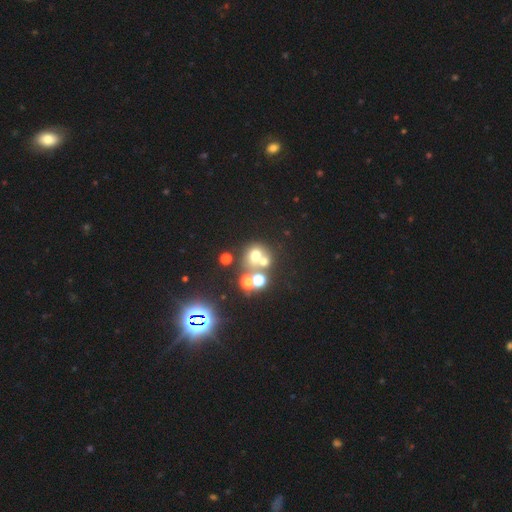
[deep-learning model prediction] Smooth or featured: smooth — 54% (star or artifact — 26%)
How rounded: round — 81% (in between — 18%)
Merging: none — 44% (merger — 42%)